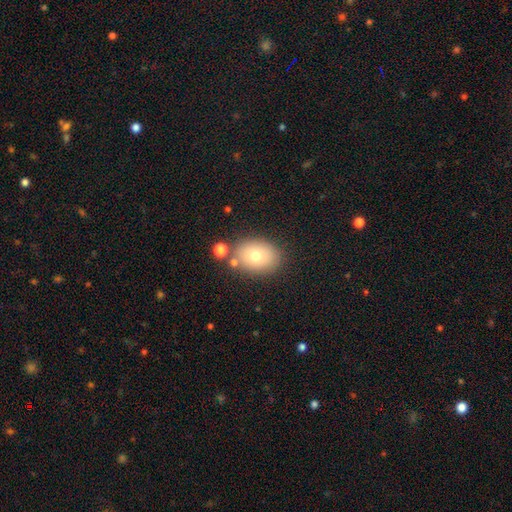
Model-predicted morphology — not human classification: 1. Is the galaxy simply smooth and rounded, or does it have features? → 74% smooth, 16% featured or disk, 10% star or artifact.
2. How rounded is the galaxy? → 70% in between, 29% round, 1% cigar-shaped.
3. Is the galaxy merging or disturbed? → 77% none, 12% minor disturbance, 8% merger, 3% major disturbance.